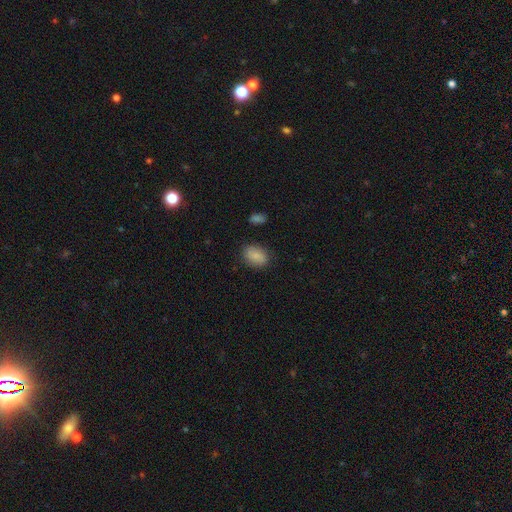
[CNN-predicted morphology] Overall: smooth (82%). How rounded: in between (82%). Merging: none (81%).